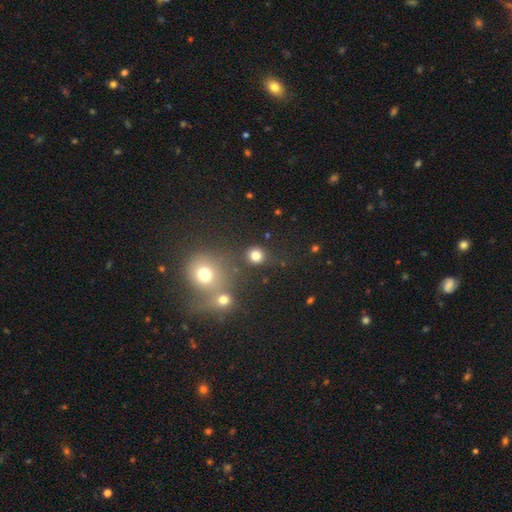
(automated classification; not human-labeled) smooth 80%, star or artifact 15%, featured or disk 5%. Down the decision tree: how rounded — round (89%); merging — none (80%).